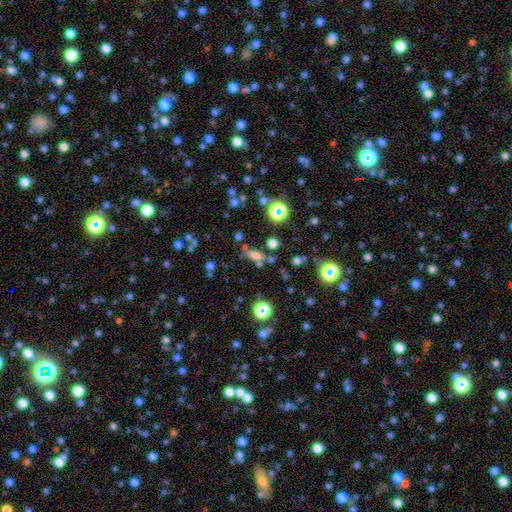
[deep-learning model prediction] Morphology: type=smooth (60%); roundness=in between (63%); merging=none (63%).